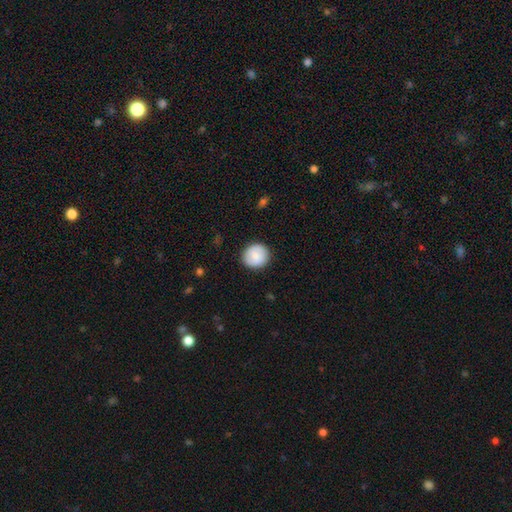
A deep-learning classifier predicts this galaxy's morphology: Overall: smooth (74%). How rounded: round (89%). Merging: none (88%).